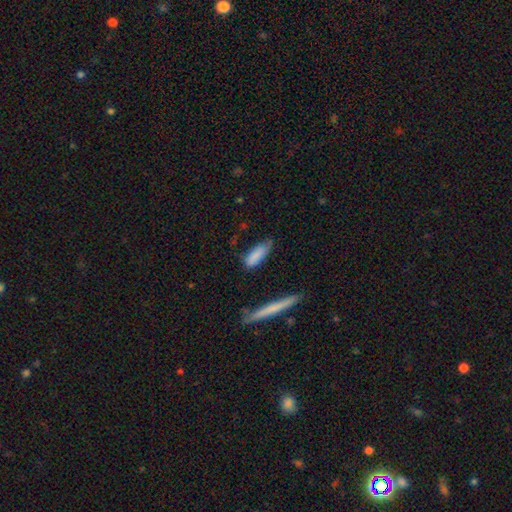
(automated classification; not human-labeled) A smooth galaxy with no disk features (82%) that is in between round and cigar-shaped (55%). Merging: none (60%).